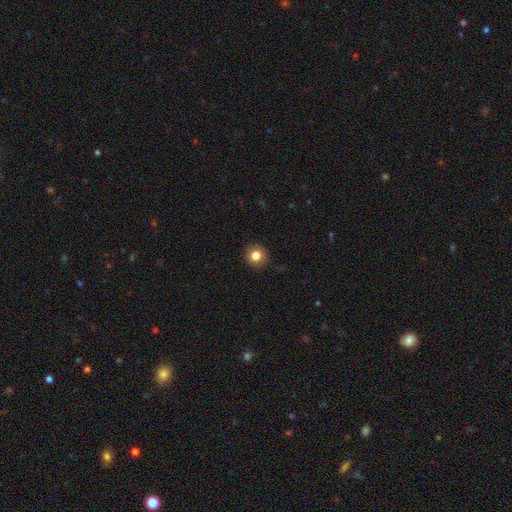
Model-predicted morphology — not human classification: Smooth or featured?
  - smooth: 82% *
  - star or artifact: 11%
  - featured or disk: 7%
How rounded?
  - round: 93% *
  - in between: 6%
  - cigar-shaped: 1%
Merging?
  - none: 90% *
  - minor disturbance: 7%
  - major disturbance: 2%
  - merger: 1%